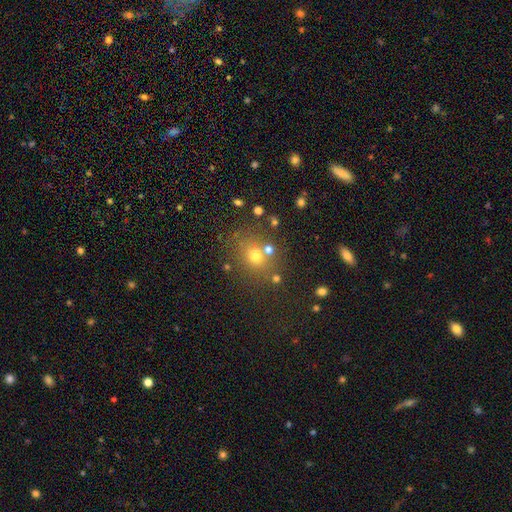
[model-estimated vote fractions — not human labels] The model was most divided on "how rounded": round: 71%, in between: 28%, cigar-shaped: 1%. More confident: merging — none (72%); smooth or featured — smooth (66%).